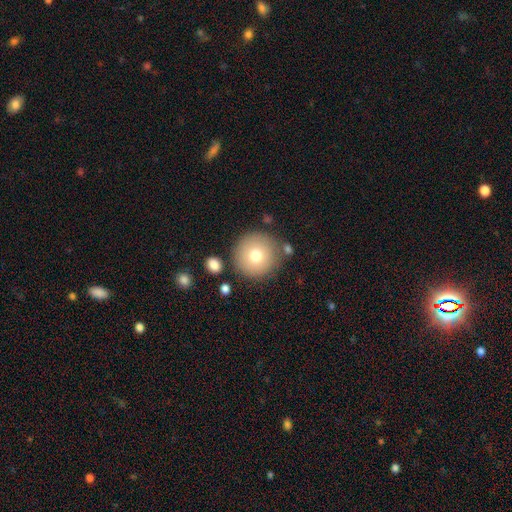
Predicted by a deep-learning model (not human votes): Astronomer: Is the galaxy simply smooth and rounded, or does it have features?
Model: smooth — 75%.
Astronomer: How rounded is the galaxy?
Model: round — 95%.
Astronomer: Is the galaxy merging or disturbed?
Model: none — 82%.